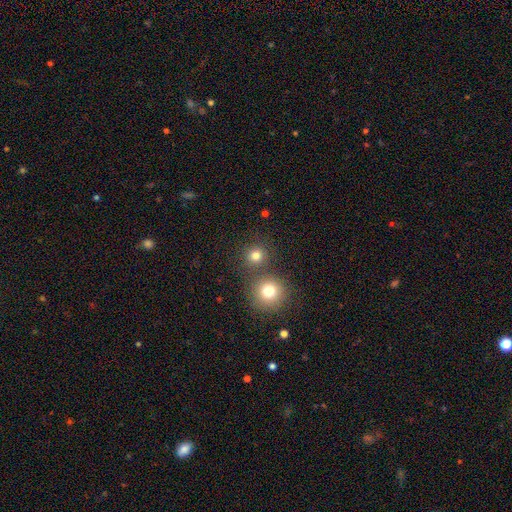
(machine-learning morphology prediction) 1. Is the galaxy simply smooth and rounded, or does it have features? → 78% smooth, 16% star or artifact, 6% featured or disk.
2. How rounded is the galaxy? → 91% round, 8% in between, 1% cigar-shaped.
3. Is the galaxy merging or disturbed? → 73% none, 17% merger, 6% minor disturbance, 3% major disturbance.